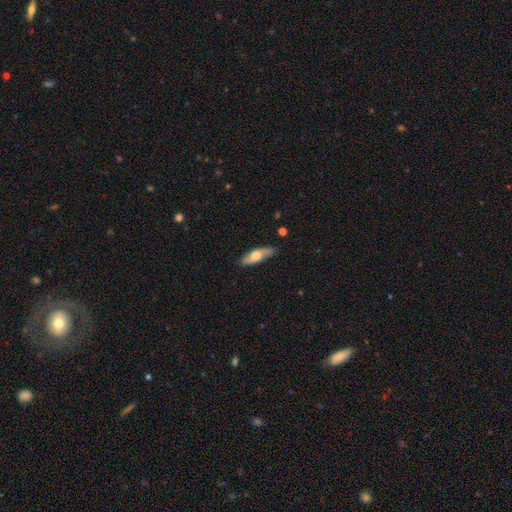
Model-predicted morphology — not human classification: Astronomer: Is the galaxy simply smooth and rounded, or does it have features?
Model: smooth — 51% (runner-up: featured or disk, 44%).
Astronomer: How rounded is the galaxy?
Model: in between — 57% (runner-up: cigar-shaped, 41%).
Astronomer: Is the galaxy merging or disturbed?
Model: none — 80%.